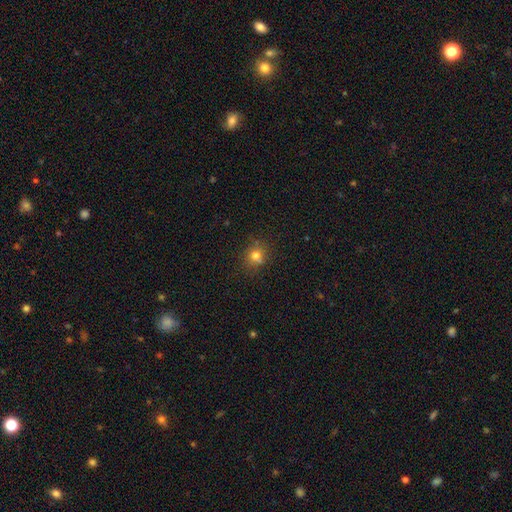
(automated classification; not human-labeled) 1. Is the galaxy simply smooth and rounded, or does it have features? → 74% smooth, 16% star or artifact, 9% featured or disk.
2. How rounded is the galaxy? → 81% round, 18% in between, 1% cigar-shaped.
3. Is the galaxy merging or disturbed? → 74% none, 14% minor disturbance, 8% merger, 4% major disturbance.